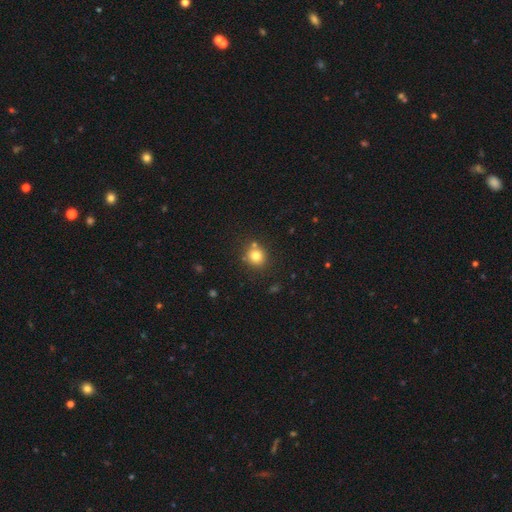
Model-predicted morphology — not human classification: This appears to be a smooth galaxy with no disk features (79%) that is round (86%). Merging: none (77%).